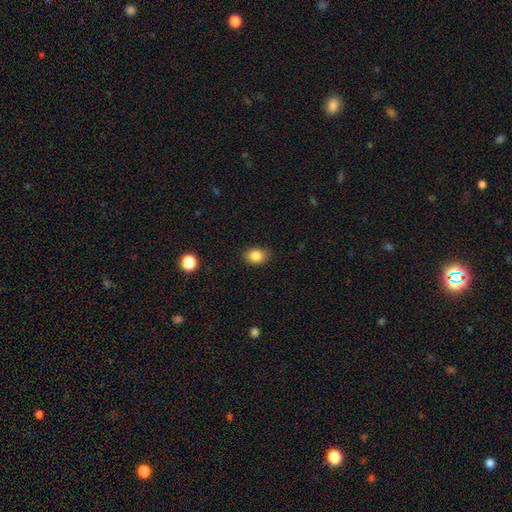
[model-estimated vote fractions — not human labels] Smooth or featured: smooth — 85% (star or artifact — 10%)
How rounded: in between — 64% (round — 35%)
Merging: none — 86% (minor disturbance — 11%)